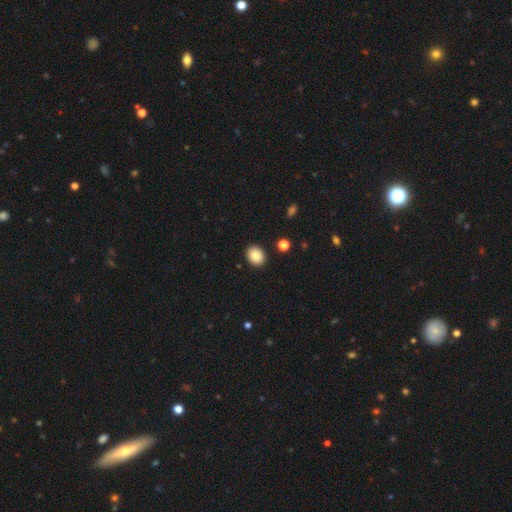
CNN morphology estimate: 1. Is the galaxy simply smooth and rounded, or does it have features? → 86% smooth, 9% star or artifact, 5% featured or disk.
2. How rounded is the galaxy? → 51% round, 48% in between, 1% cigar-shaped.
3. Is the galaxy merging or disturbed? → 90% none, 6% minor disturbance, 2% merger, 2% major disturbance.